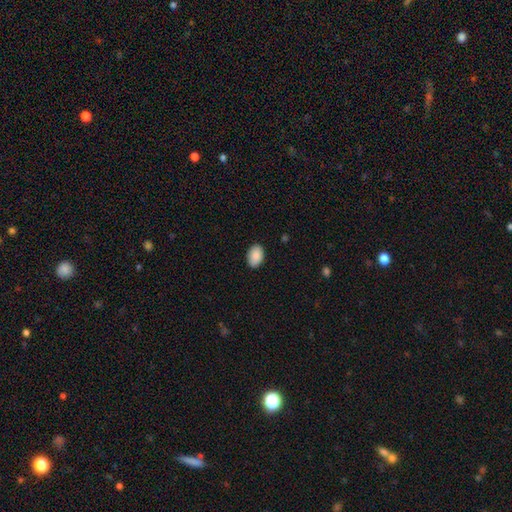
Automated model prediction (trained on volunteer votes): Smooth or featured? Predicted: smooth (p=0.90). How rounded? Predicted: in between (p=0.89). Merging? Predicted: none (p=0.88).